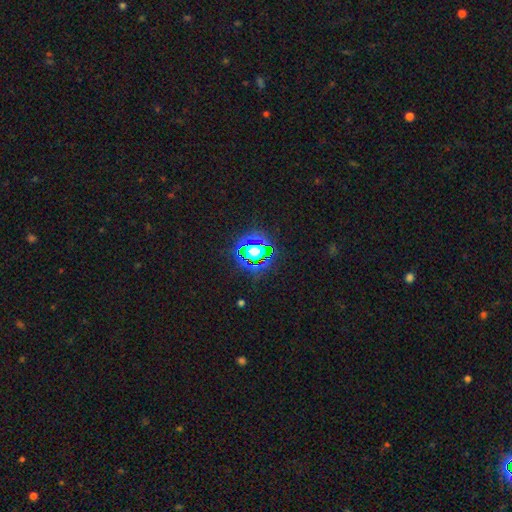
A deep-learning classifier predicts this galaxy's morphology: This is likely a star or artifact rather than a galaxy (79%).